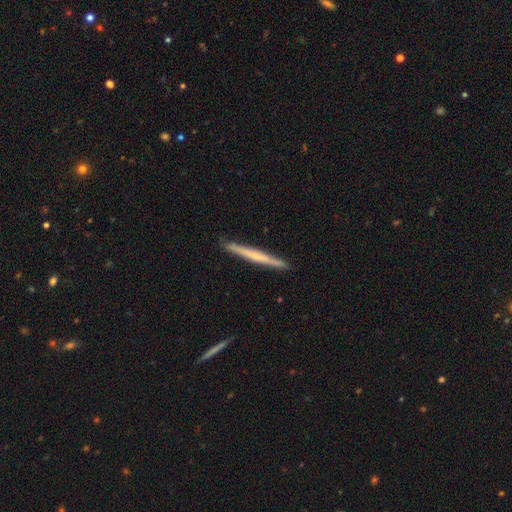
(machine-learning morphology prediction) smooth_or_featured: featured or disk (p=0.54) [alt: smooth p=0.40]
disk_edge_on: yes (p=0.97) [alt: no p=0.03]
edge_on_bulge: none (p=0.63) [alt: rounded p=0.31]
merging: none (p=0.91) [alt: minor disturbance p=0.06]